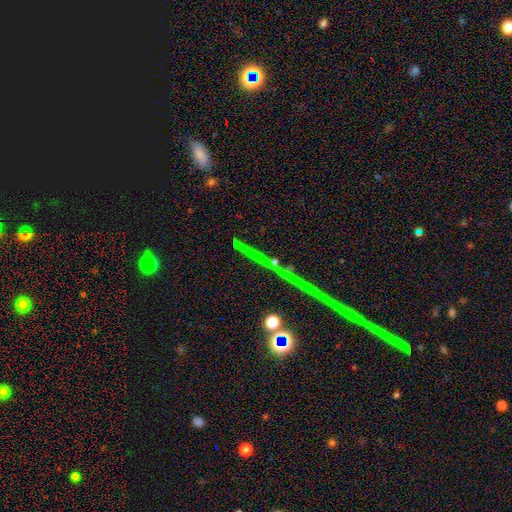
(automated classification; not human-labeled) smooth-or-featured: star or artifact: 68% | featured or disk: 17% | smooth: 15%